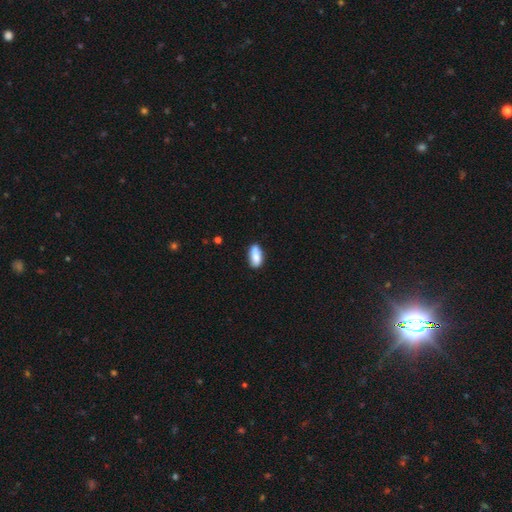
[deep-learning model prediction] Smooth or featured: smooth — 83% (featured or disk — 10%)
How rounded: in between — 82% (cigar-shaped — 15%)
Merging: none — 78% (minor disturbance — 16%)